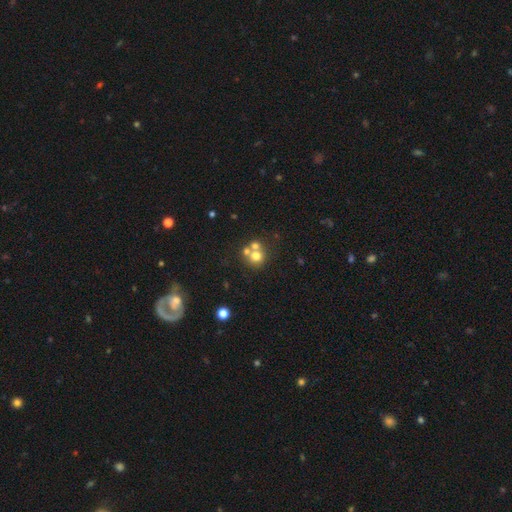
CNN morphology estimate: A smooth galaxy with no disk features (67%) that is round (87%).

Vote fractions:
- Smooth or featured? smooth: 67% / featured or disk: 18% / star or artifact: 15%
- How rounded? round: 87% / in between: 12% / cigar-shaped: 1%
- Merging? none: 46% / merger: 43% / minor disturbance: 7% / major disturbance: 4%